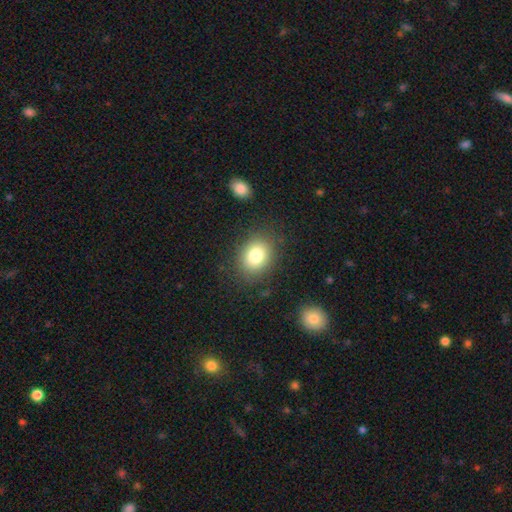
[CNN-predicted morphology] type=smooth (80%); roundness=in between (51%); merging=none (83%).